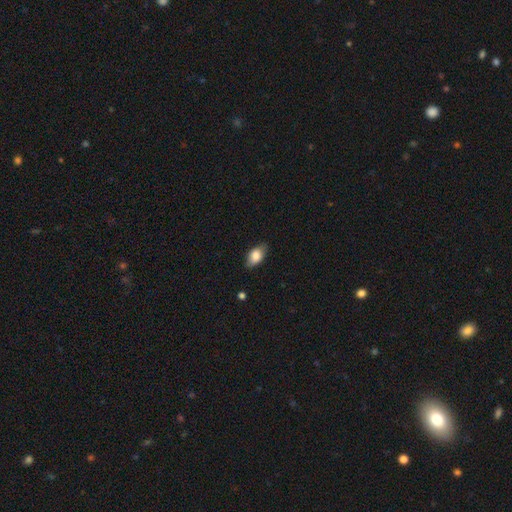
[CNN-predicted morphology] type=smooth (81%); roundness=in between (90%); merging=none (80%).